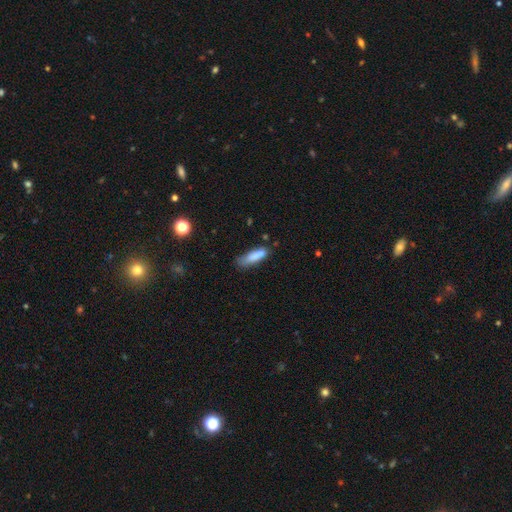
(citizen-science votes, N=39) Volunteers were most divided on "merging": minor disturbance: 39%, none: 36%, major disturbance: 14%, merger: 11%. More confident: smooth or featured — smooth (69%); how rounded — cigar-shaped (52%).